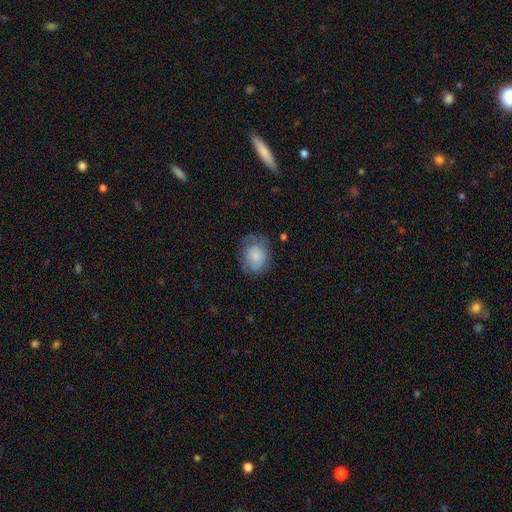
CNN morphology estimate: Smooth or featured? Predicted: smooth (p=0.76). How rounded? Predicted: in between (p=0.50). Merging? Predicted: none (p=0.56).